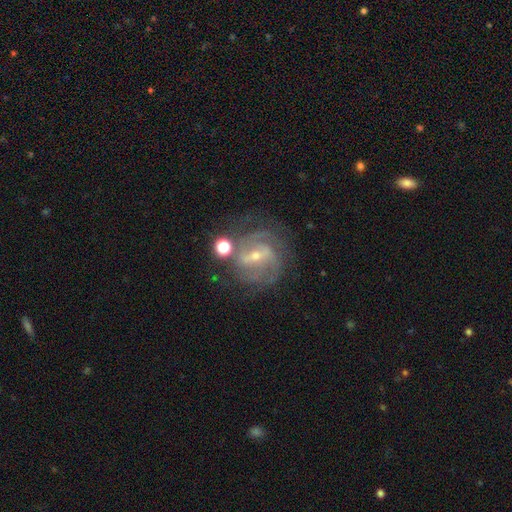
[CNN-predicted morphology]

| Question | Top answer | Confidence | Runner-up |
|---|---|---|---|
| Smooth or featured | featured or disk | 86% | star or artifact (8%) |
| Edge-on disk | no | 97% | yes (3%) |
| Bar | strong | 43% | weak (42%) |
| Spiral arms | yes | 95% | no (5%) |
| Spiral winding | tight | 48% | medium (41%) |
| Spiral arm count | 2 | 32% | 3 (27%) |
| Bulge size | small | 63% | moderate (33%) |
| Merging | none | 65% | minor disturbance (16%) |